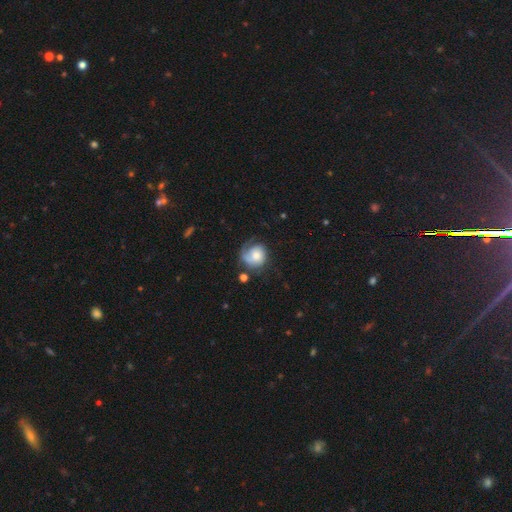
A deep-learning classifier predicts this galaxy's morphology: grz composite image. It shows a featured or disk galaxy (47%). Merging: none (51%).